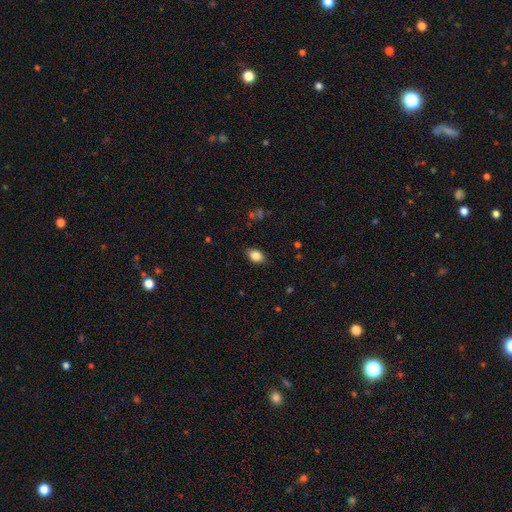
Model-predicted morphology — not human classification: Overall: smooth (85%). How rounded: in between (84%). Merging: none (85%).